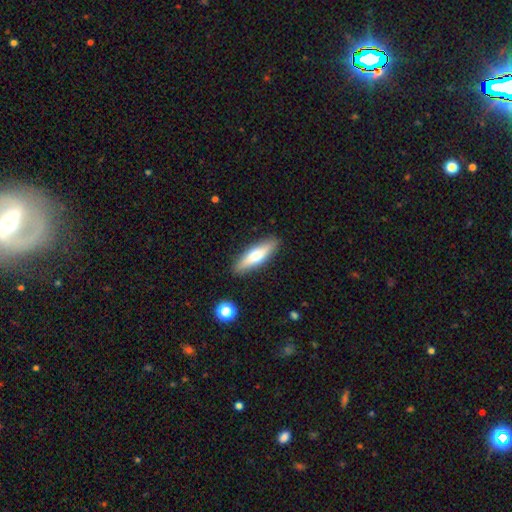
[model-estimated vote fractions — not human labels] A smooth galaxy with no disk features (55%) that is cigar-shaped (64%). Merging: none (88%).